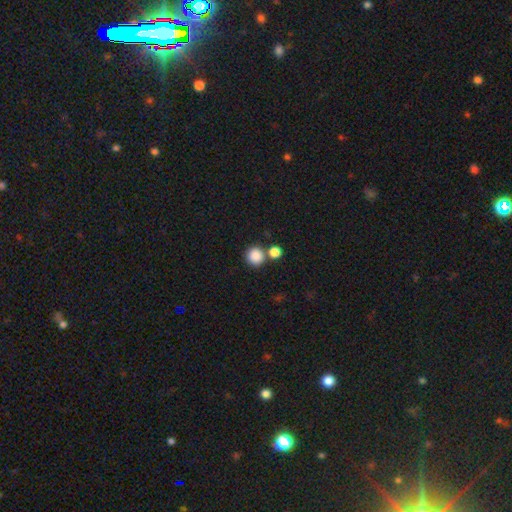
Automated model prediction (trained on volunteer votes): The model was most divided on "merging": none: 69%, merger: 20%, minor disturbance: 8%, major disturbance: 3%. More confident: how rounded — round (92%); smooth or featured — smooth (86%).